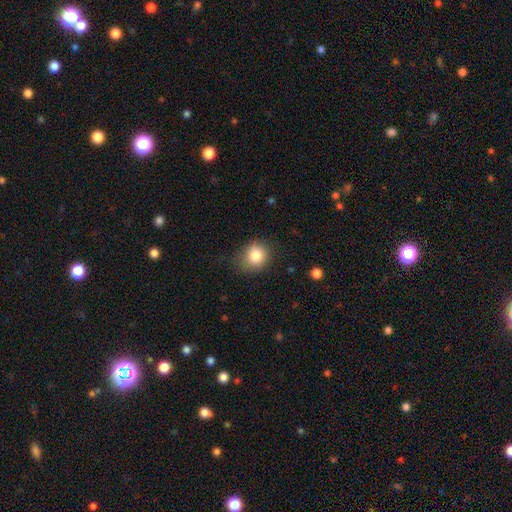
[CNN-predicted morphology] A smooth galaxy with no disk features (82%) that is round (69%). Merging: none (71%).